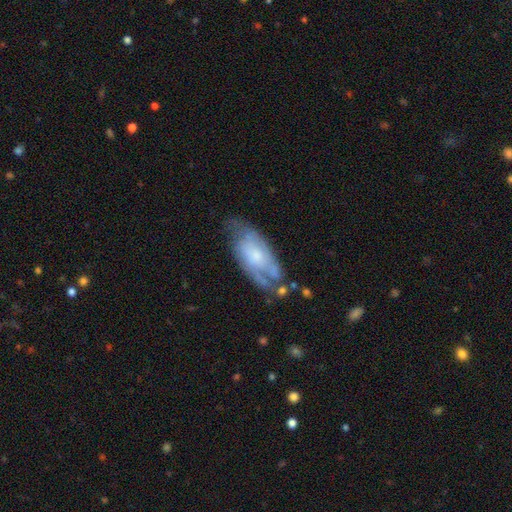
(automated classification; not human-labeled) smooth-or-featured: featured or disk: 64% | smooth: 29% | star or artifact: 7%
  disk-edge-on: no: 89% | yes: 11%
    bar: no: 70% | weak: 25% | strong: 5%
    has-spiral-arms: yes: 76% | no: 24%
    bulge-size: small: 40% | moderate: 37% | none: 12% | large: 9% | dominant: 2%
  merging: none: 52% | minor disturbance: 28% | major disturbance: 15% | merger: 4%